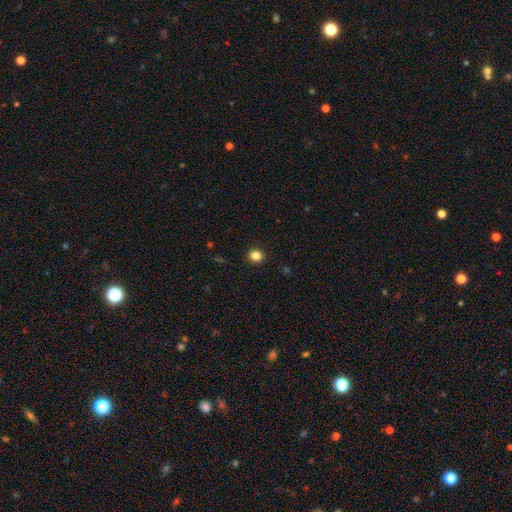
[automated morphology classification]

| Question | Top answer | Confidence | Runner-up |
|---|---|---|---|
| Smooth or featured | smooth | 84% | star or artifact (12%) |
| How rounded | round | 75% | in between (24%) |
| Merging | none | 91% | minor disturbance (6%) |